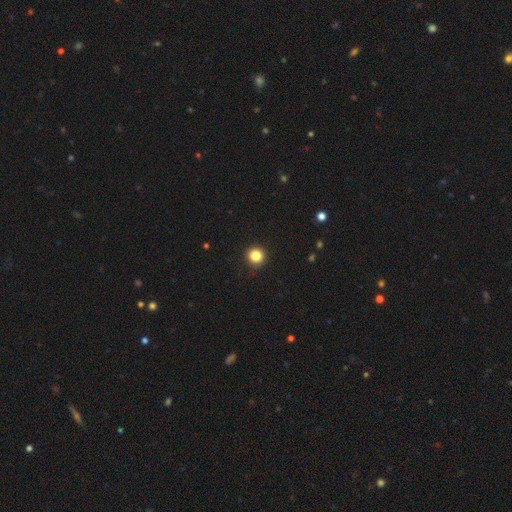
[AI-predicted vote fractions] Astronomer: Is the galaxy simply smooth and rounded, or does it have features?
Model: smooth — 84%.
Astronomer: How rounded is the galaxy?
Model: round — 93%.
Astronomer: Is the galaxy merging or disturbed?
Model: none — 91%.